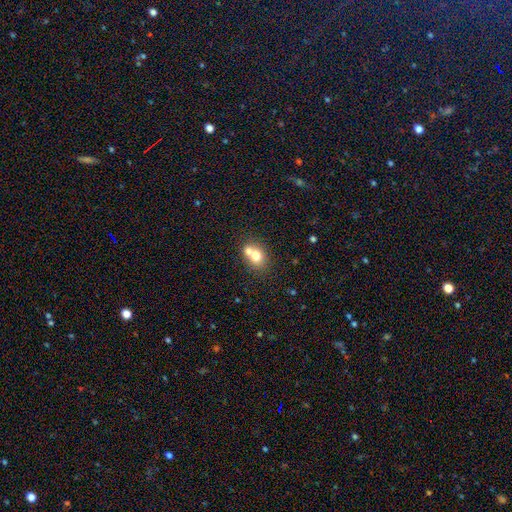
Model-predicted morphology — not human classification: This is likely a smooth galaxy (70%). How rounded: possibly round (55%). Merging: possibly merger (56%).